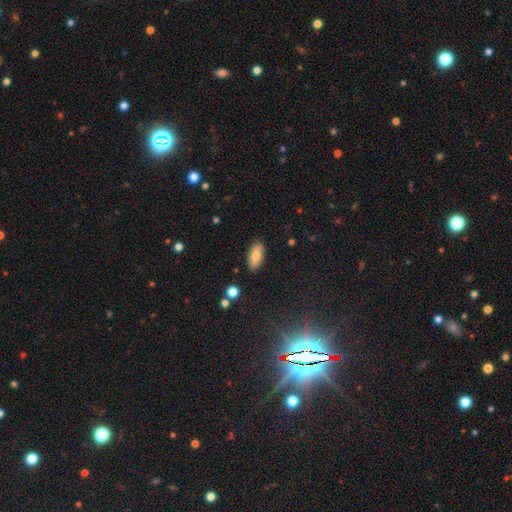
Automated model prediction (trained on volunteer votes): A smooth galaxy with no disk features (77%) that is in between round and cigar-shaped (87%). Merging: none (87%).